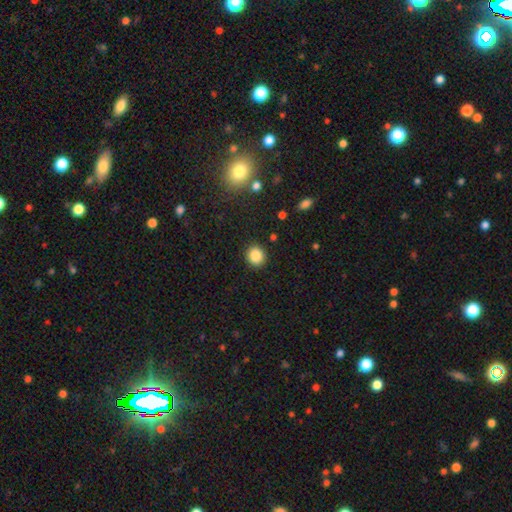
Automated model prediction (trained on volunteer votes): Smooth or featured? smooth (86%)
How rounded? round (83%)
Merging? none (90%)